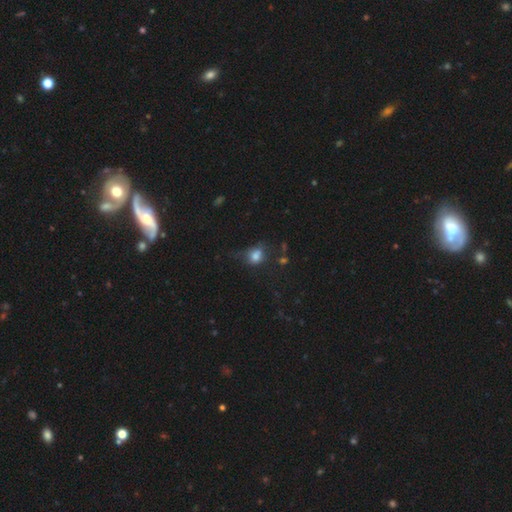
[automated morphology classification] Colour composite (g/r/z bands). It shows a smooth galaxy with no disk features (74%) that is round (52%). Merging: none (40%).